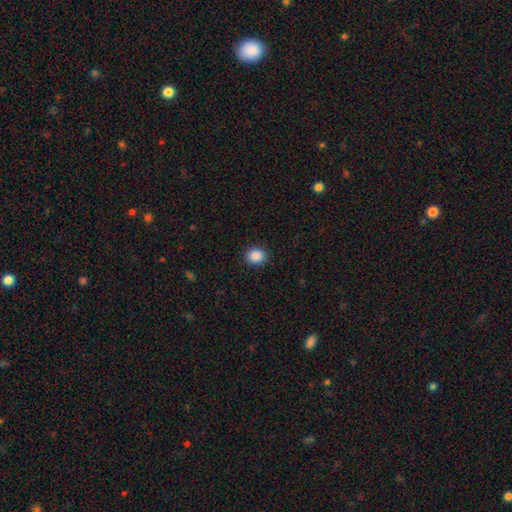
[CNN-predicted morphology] type=smooth (88%); roundness=round (67%); merging=none (91%).